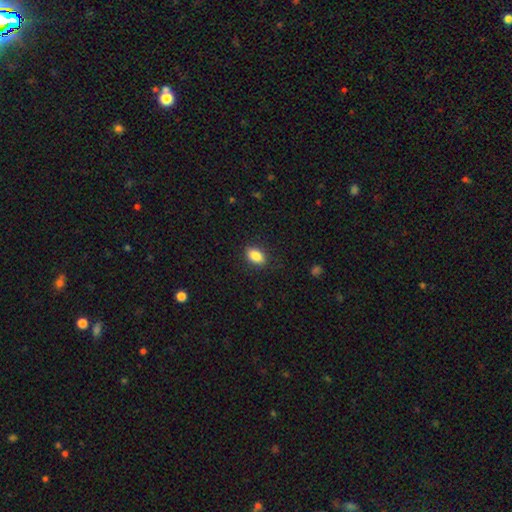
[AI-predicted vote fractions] Smooth or featured? Predicted: smooth (p=0.86). How rounded? Predicted: in between (p=0.88). Merging? Predicted: none (p=0.87).